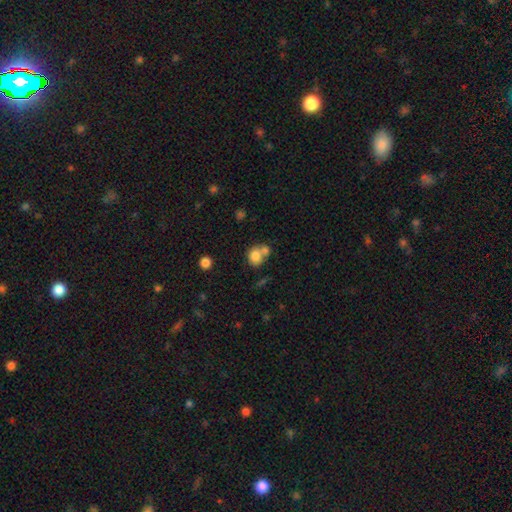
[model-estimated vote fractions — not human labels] Overall: smooth (80%). How rounded: round (73%). Merging: merger (47%; none 39%).